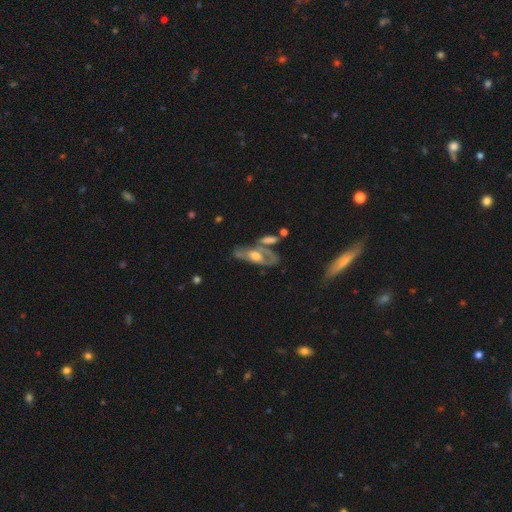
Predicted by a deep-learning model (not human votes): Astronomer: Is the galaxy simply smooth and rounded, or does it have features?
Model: featured or disk — 61%.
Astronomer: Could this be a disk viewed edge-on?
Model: no — 74%.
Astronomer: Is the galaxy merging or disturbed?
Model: none — 38% (runner-up: merger, 28%).